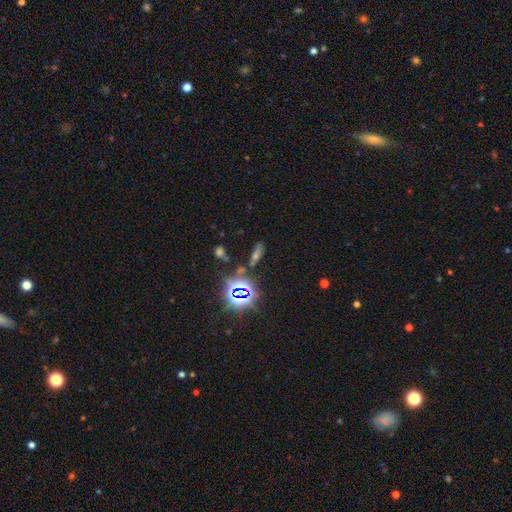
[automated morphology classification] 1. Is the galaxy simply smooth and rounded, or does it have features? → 48% star or artifact, 34% smooth, 19% featured or disk.